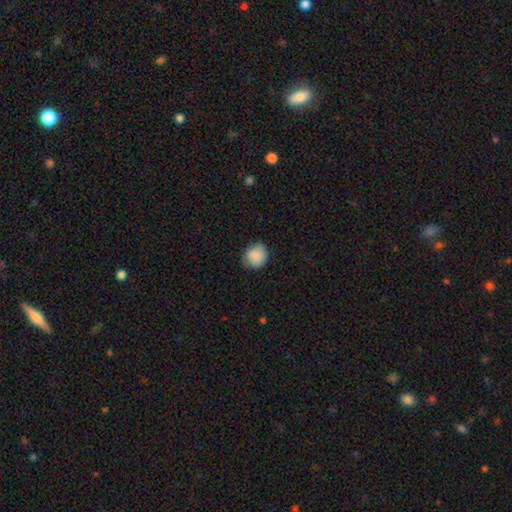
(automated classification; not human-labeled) Morphology: type=smooth (87%); roundness=round (80%); merging=none (73%).